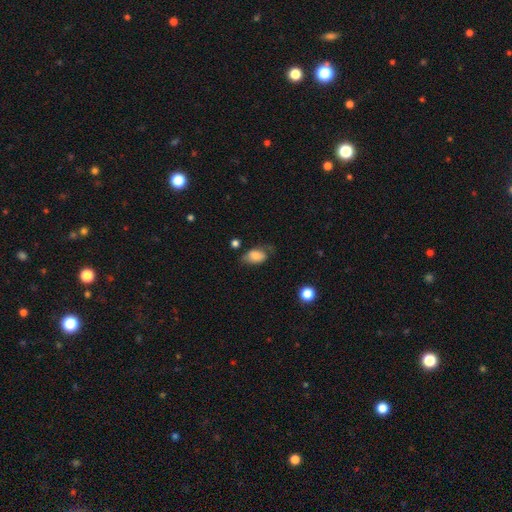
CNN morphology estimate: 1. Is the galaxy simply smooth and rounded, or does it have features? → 78% smooth, 14% featured or disk, 8% star or artifact.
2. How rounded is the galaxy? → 89% in between, 10% round, 2% cigar-shaped.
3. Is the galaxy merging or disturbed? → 54% none, 31% minor disturbance, 12% major disturbance, 3% merger.